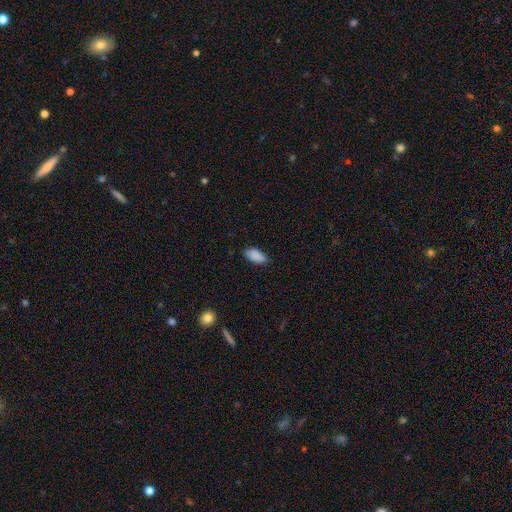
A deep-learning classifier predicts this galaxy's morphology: This appears to be a smooth galaxy with no disk features (89%) that is in between round and cigar-shaped (92%). Merging: none (77%).